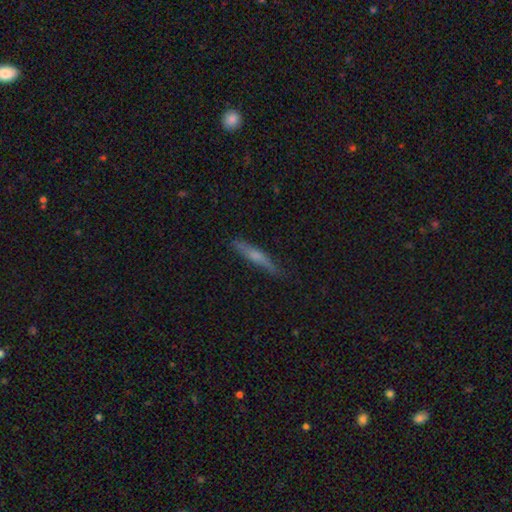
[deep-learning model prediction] This appears to be a smooth galaxy with no disk features (51%) that is cigar-shaped (92%). Merging: none (84%).